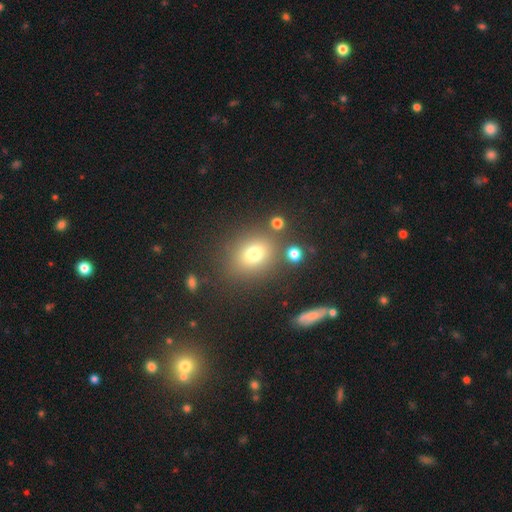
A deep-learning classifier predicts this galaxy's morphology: A smooth galaxy with no disk features (74%) that is round (57%). Merging: none (77%).